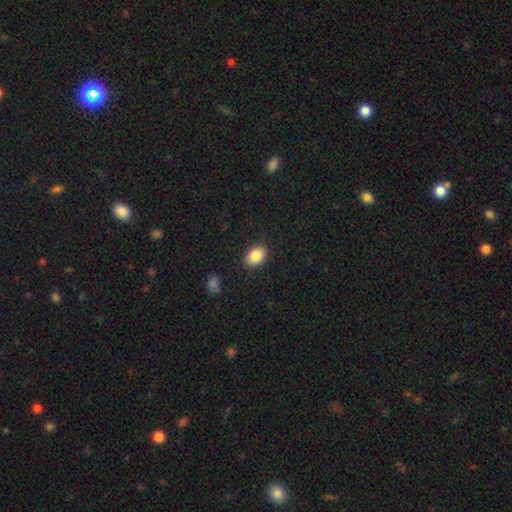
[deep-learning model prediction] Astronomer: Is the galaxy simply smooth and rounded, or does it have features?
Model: smooth — 86%.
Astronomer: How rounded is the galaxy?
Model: in between — 77%.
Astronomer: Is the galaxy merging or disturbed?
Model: none — 87%.